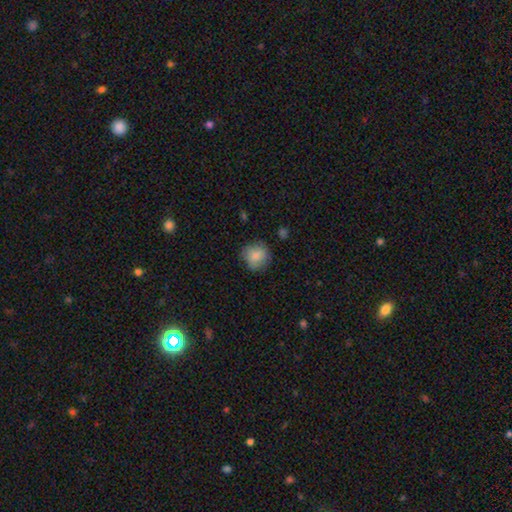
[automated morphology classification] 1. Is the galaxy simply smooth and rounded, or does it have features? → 85% smooth, 8% star or artifact, 7% featured or disk.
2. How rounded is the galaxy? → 89% round, 11% in between, 1% cigar-shaped.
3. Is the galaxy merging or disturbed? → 80% none, 15% minor disturbance, 4% major disturbance, 1% merger.